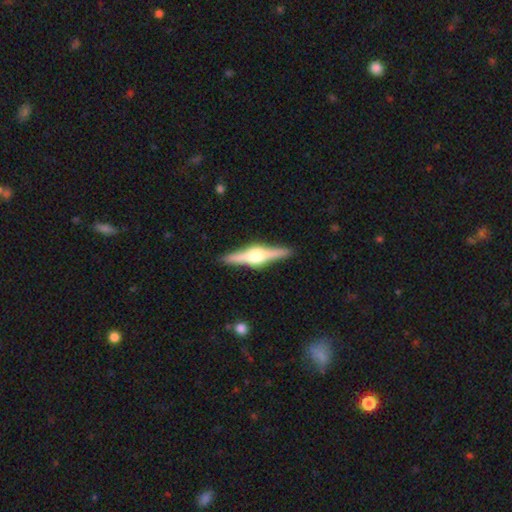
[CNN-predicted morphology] smooth_or_featured: featured or disk (p=0.79) [alt: smooth p=0.16]
disk_edge_on: yes (p=0.98) [alt: no p=0.02]
edge_on_bulge: rounded (p=0.87) [alt: boxy p=0.11]
merging: none (p=0.90) [alt: minor disturbance p=0.07]